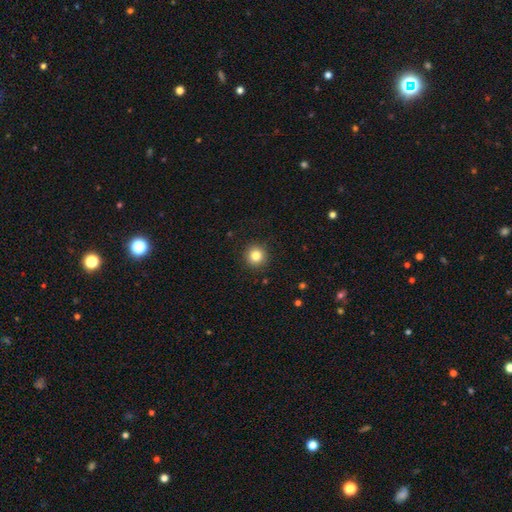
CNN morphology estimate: This is clearly a smooth galaxy (83%). How rounded: clearly round (94%). Merging: clearly none (92%).